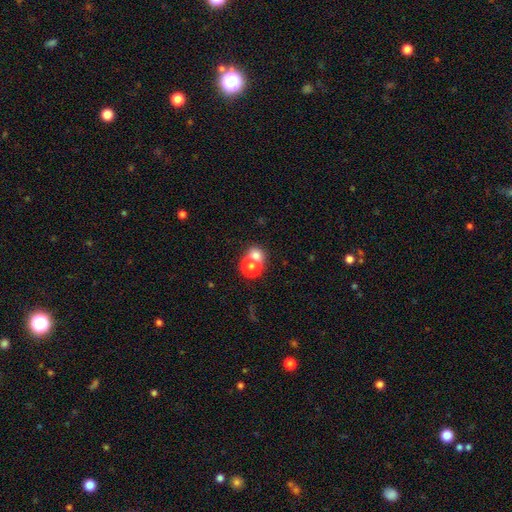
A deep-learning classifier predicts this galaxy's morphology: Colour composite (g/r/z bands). It shows a smooth galaxy with no disk features (72%) that is round (73%). Merging: merger (53%).